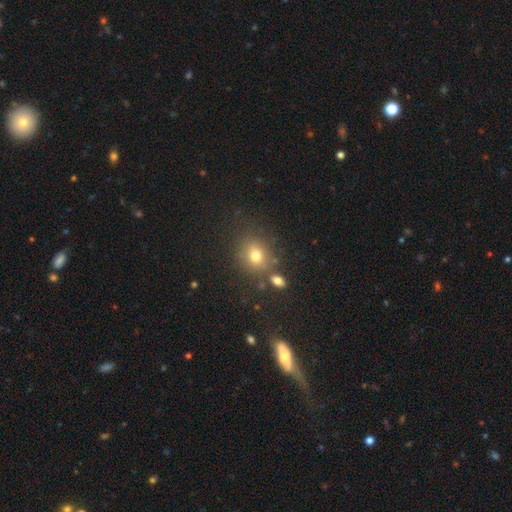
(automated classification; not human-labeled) This appears to be a smooth galaxy with no disk features (74%) that is round (69%). Merging: none (73%).